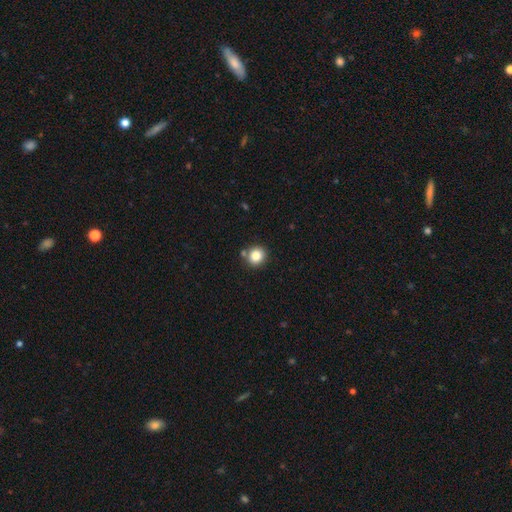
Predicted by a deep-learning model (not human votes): Smooth or featured: smooth — 84% (star or artifact — 11%)
How rounded: round — 88% (in between — 11%)
Merging: none — 79% (minor disturbance — 9%)